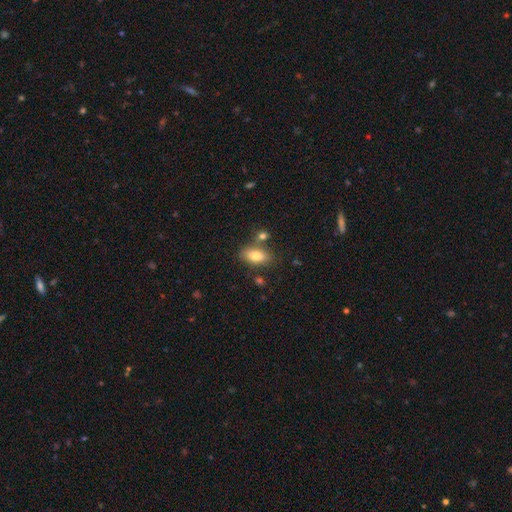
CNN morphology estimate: The model was most divided on "merging": none: 71%, minor disturbance: 14%, merger: 12%, major disturbance: 4%. More confident: how rounded — in between (88%); smooth or featured — smooth (78%).